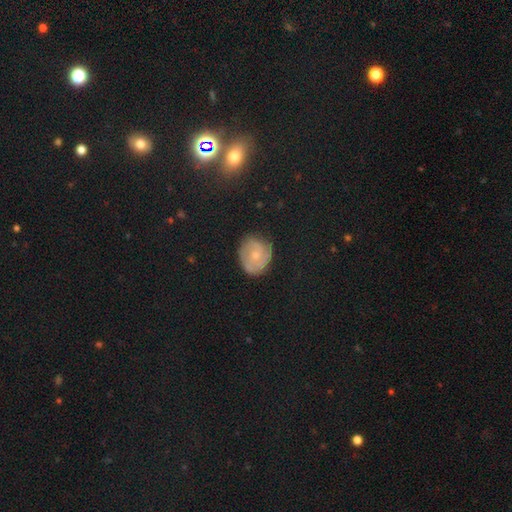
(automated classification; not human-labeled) This appears to be a featured or disk galaxy (68%) with no bar (72%), 2 (48%) tight (59%) spiral arms (91%) and a small central bulge (62%). Merging: none (76%).